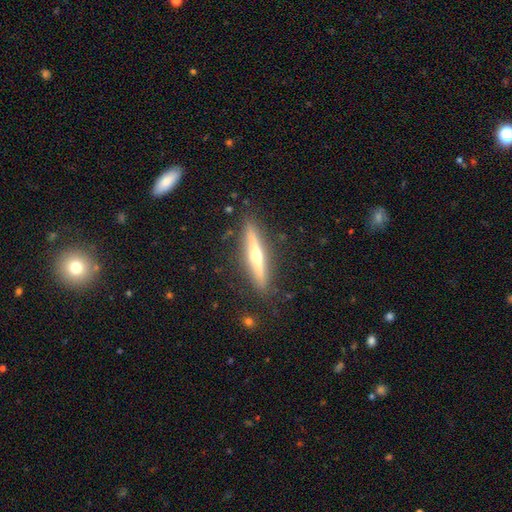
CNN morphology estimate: smooth-or-featured: featured or disk: 69% | smooth: 25% | star or artifact: 6%
  disk-edge-on: yes: 96% | no: 4%
    edge-on-bulge: rounded: 92% | none: 6% | boxy: 2%
  merging: none: 88% | minor disturbance: 9% | major disturbance: 2% | merger: 1%